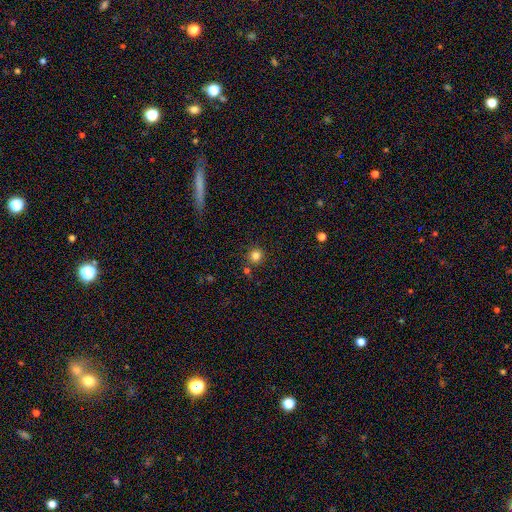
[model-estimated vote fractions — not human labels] Smooth or featured? Predicted: smooth (p=0.81). How rounded? Predicted: round (p=0.92). Merging? Predicted: none (p=0.84).